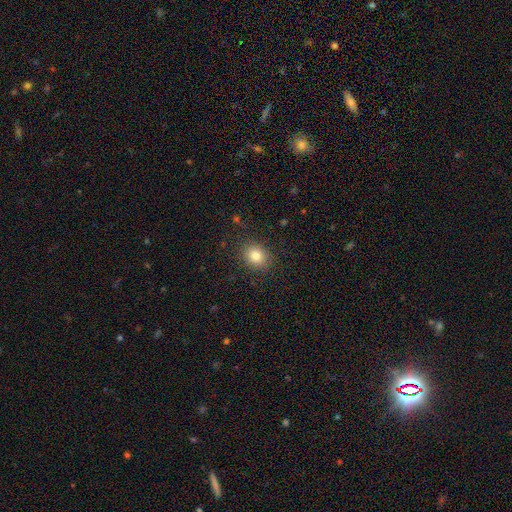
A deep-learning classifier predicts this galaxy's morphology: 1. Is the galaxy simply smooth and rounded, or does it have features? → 82% smooth, 11% star or artifact, 7% featured or disk.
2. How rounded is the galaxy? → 67% round, 32% in between, 1% cigar-shaped.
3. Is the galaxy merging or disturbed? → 87% none, 9% minor disturbance, 3% major disturbance, 1% merger.